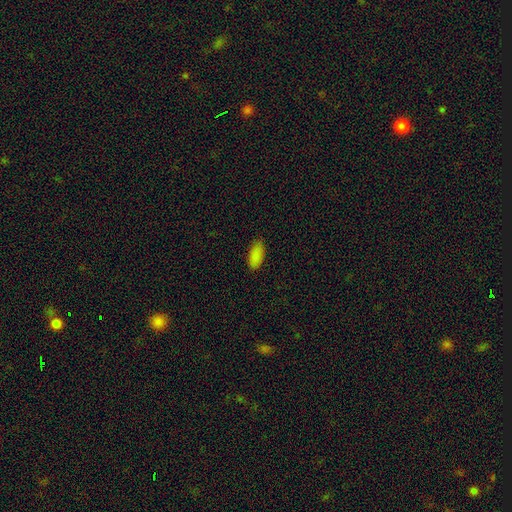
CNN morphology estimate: Smooth or featured: smooth — 88% (star or artifact — 9%)
How rounded: in between — 90% (cigar-shaped — 8%)
Merging: none — 85% (minor disturbance — 12%)